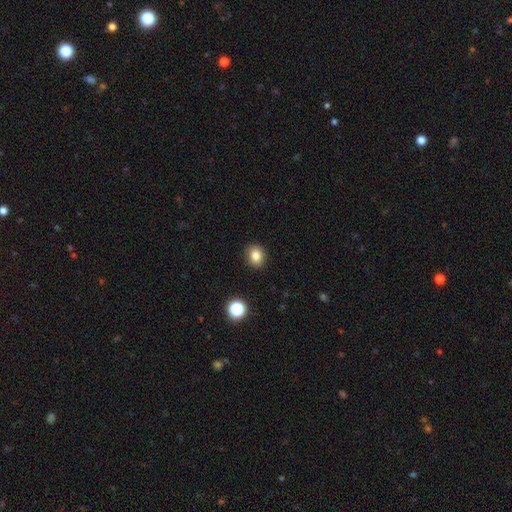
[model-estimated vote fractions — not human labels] A smooth galaxy with no disk features (83%) that is round (63%).

Vote fractions:
- Smooth or featured? smooth: 83% / star or artifact: 11% / featured or disk: 6%
- How rounded? round: 63% / in between: 36% / cigar-shaped: 1%
- Merging? none: 90% / minor disturbance: 7% / major disturbance: 2% / merger: 1%